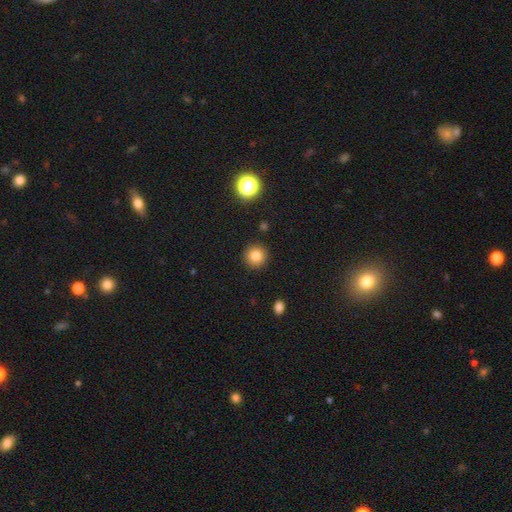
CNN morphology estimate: A smooth galaxy with no disk features (82%) that is round (94%).

Vote fractions:
- Smooth or featured? smooth: 82% / star or artifact: 12% / featured or disk: 6%
- How rounded? round: 94% / in between: 5% / cigar-shaped: 1%
- Merging? none: 91% / minor disturbance: 5% / major disturbance: 2% / merger: 1%